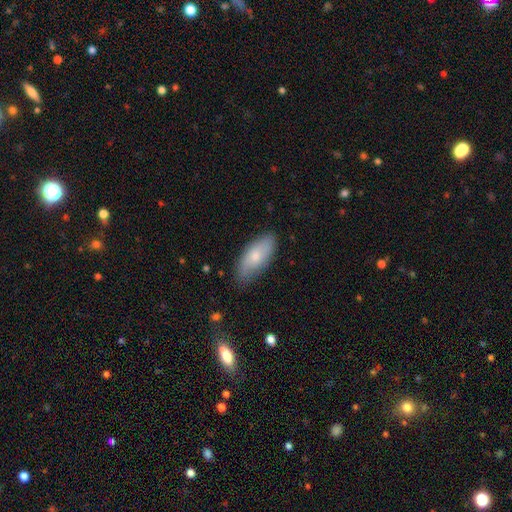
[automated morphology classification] smooth-or-featured: smooth: 66% | featured or disk: 28% | star or artifact: 6%
  how-rounded: in between: 84% | cigar-shaped: 14% | round: 2%
  merging: none: 76% | minor disturbance: 19% | major disturbance: 3% | merger: 1%